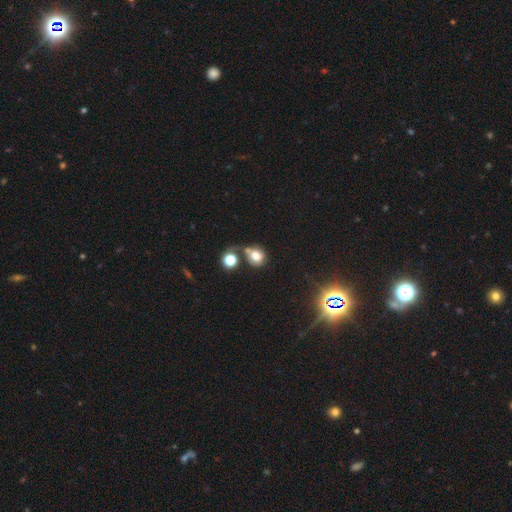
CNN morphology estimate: smooth 73%, featured or disk 15%, star or artifact 12%. Down the decision tree: how rounded — round (77%); merging — none (41%).